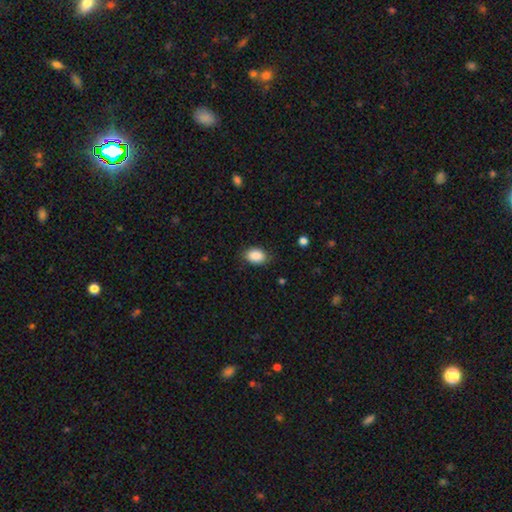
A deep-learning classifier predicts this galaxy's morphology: Smooth or featured? Predicted: smooth (p=0.88). How rounded? Predicted: in between (p=0.82). Merging? Predicted: none (p=0.80).